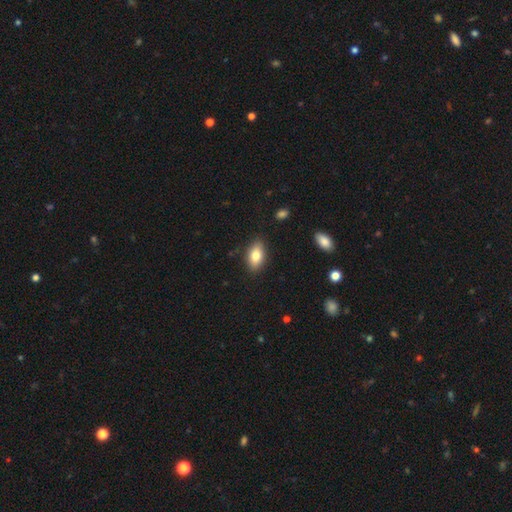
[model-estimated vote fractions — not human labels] This appears to be a smooth galaxy with no disk features (80%) that is in between round and cigar-shaped (90%). Merging: none (86%).